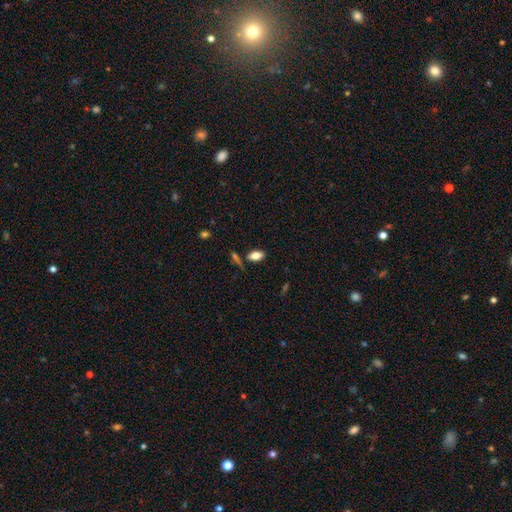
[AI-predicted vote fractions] smooth_or_featured: smooth (p=0.78) [alt: featured or disk p=0.13]
how_rounded: in between (p=0.89) [alt: cigar-shaped p=0.06]
merging: none (p=0.75) [alt: minor disturbance p=0.13]